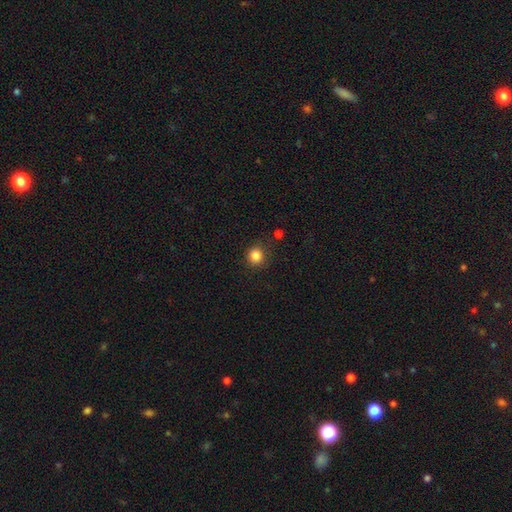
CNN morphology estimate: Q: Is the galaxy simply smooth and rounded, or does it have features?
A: smooth — 85%.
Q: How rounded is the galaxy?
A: round — 91%.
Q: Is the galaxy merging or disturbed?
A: none — 86%.